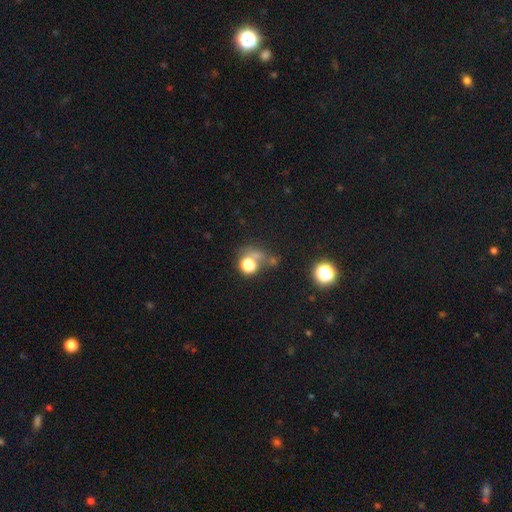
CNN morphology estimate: smooth_or_featured: smooth (p=0.53) [alt: star or artifact p=0.36]
how_rounded: round (p=0.81) [alt: in between p=0.18]
merging: none (p=0.51) [alt: merger p=0.20]